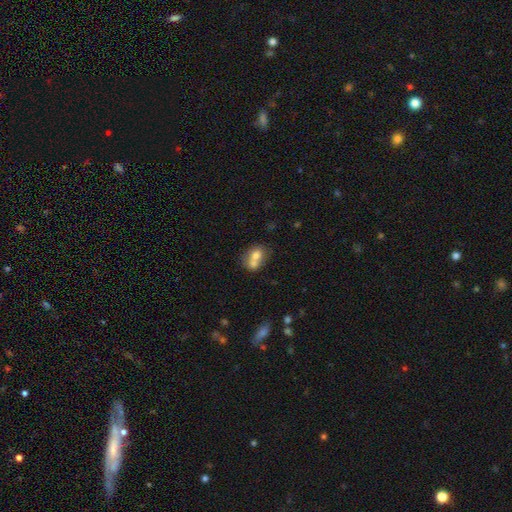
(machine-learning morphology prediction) A smooth galaxy with no disk features (69%) that is in between round and cigar-shaped (61%). Merging: merger (63%).